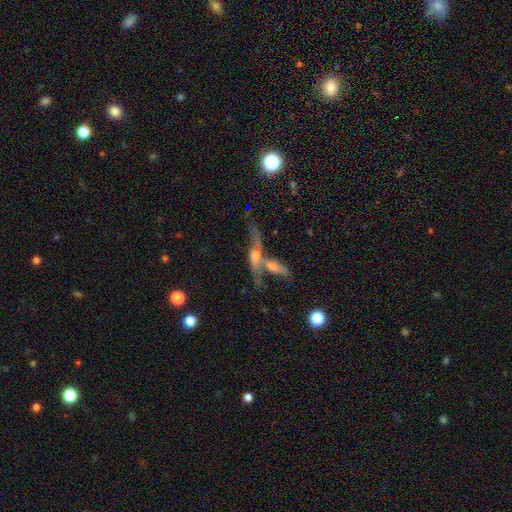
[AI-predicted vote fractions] featured or disk 63%, smooth 26%, star or artifact 11%. Down the decision tree: edge-on disk — yes (58%); merging — merger (62%).